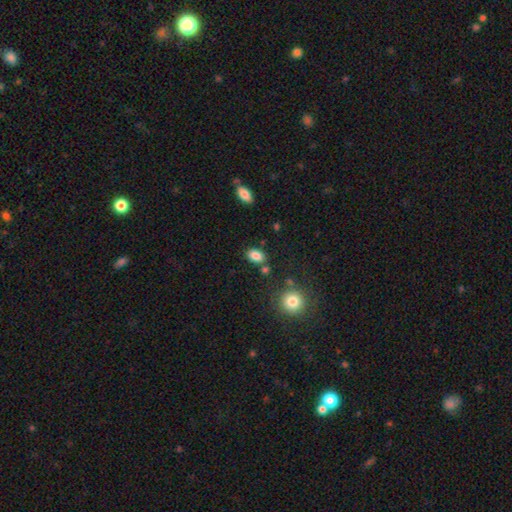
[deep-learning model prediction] This appears to be a smooth galaxy with no disk features (85%) that is in between round and cigar-shaped (85%). Merging: none (77%).